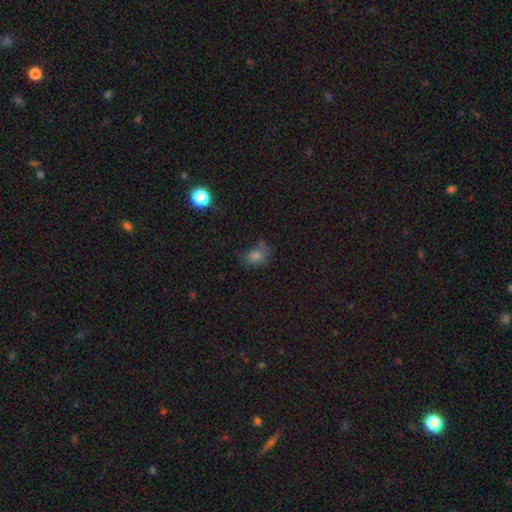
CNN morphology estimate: type=smooth (73%); roundness=in between (62%); merging=none (55%).